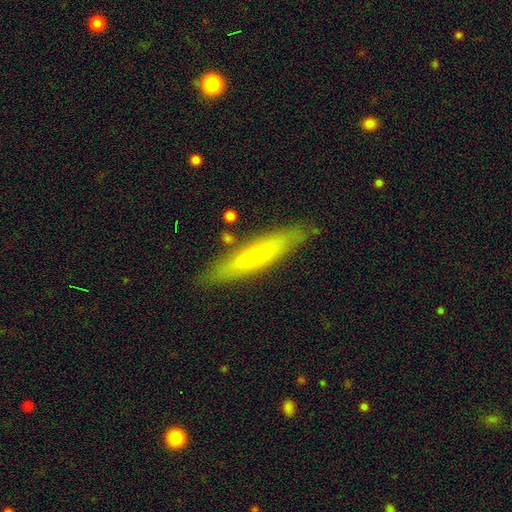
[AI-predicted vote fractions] Smooth or featured? Predicted: smooth (p=0.64). How rounded? Predicted: cigar-shaped (p=0.90). Merging? Predicted: none (p=0.85).